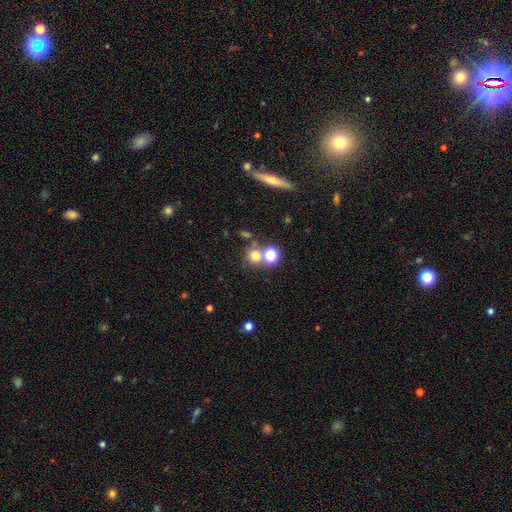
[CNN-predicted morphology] Smooth or featured?
  - smooth: 70% *
  - star or artifact: 20%
  - featured or disk: 10%
How rounded?
  - round: 87% *
  - in between: 12%
  - cigar-shaped: 1%
Merging?
  - none: 62% *
  - merger: 26%
  - minor disturbance: 8%
  - major disturbance: 4%